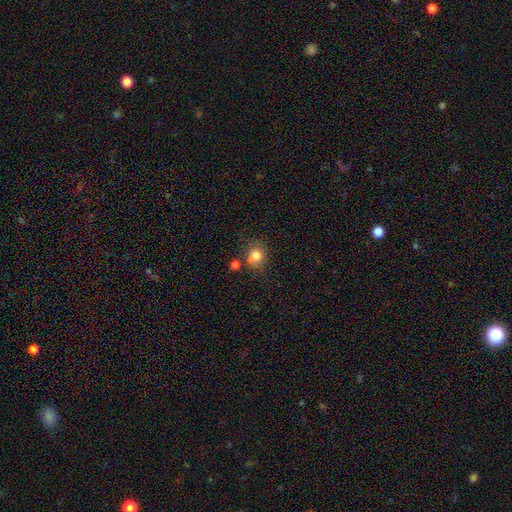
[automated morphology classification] Smooth or featured: smooth — 79% (star or artifact — 12%)
How rounded: round — 72% (in between — 27%)
Merging: none — 65% (merger — 16%)